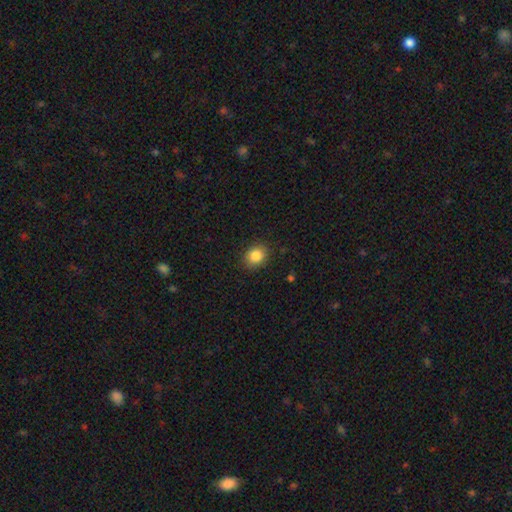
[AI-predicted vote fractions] Morphology: type=smooth (85%); roundness=round (64%); merging=none (88%).